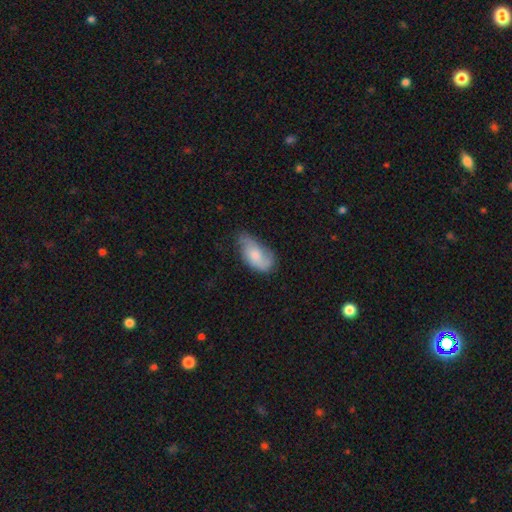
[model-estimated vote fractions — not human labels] A smooth galaxy with no disk features (59%) that is in between round and cigar-shaped (92%).

Vote fractions:
- Smooth or featured? smooth: 59% / featured or disk: 35% / star or artifact: 7%
- How rounded? in between: 92% / cigar-shaped: 5% / round: 4%
- Merging? none: 43% / minor disturbance: 38% / major disturbance: 16% / merger: 2%